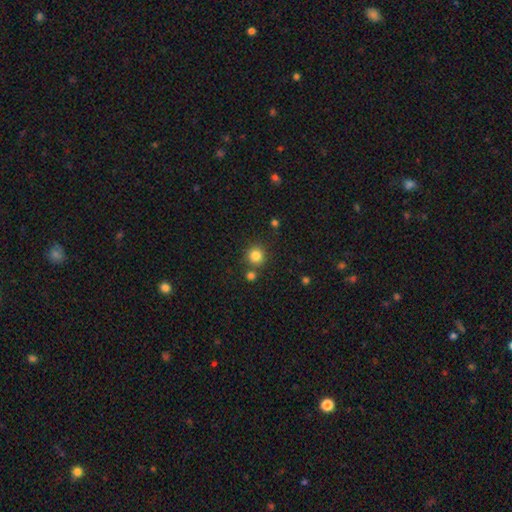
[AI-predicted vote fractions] smooth-or-featured: smooth: 83% | star or artifact: 12% | featured or disk: 5%
  how-rounded: round: 93% | in between: 6% | cigar-shaped: 1%
  merging: none: 80% | merger: 10% | minor disturbance: 8% | major disturbance: 3%